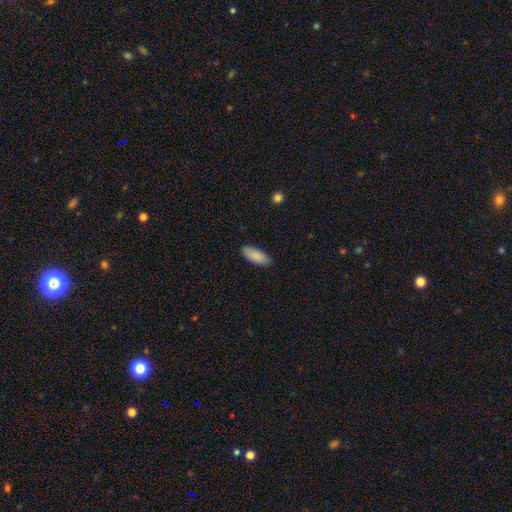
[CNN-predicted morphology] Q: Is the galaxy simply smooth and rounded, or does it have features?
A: smooth — 89%.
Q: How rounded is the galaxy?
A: in between — 78%.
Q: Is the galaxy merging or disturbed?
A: none — 88%.